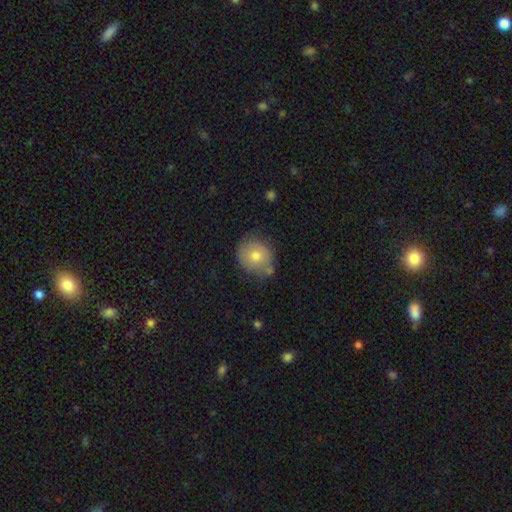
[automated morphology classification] Smooth or featured?
  - smooth: 68% *
  - featured or disk: 24%
  - star or artifact: 8%
How rounded?
  - round: 78% *
  - in between: 21%
  - cigar-shaped: 1%
Merging?
  - none: 65% *
  - minor disturbance: 21%
  - merger: 8%
  - major disturbance: 5%